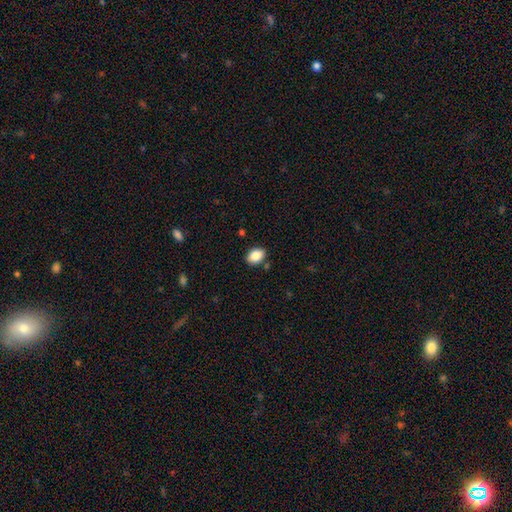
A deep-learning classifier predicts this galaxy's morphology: smooth-or-featured: smooth: 87% | star or artifact: 8% | featured or disk: 5%
  how-rounded: in between: 80% | round: 19% | cigar-shaped: 1%
  merging: none: 85% | minor disturbance: 10% | merger: 3% | major disturbance: 2%